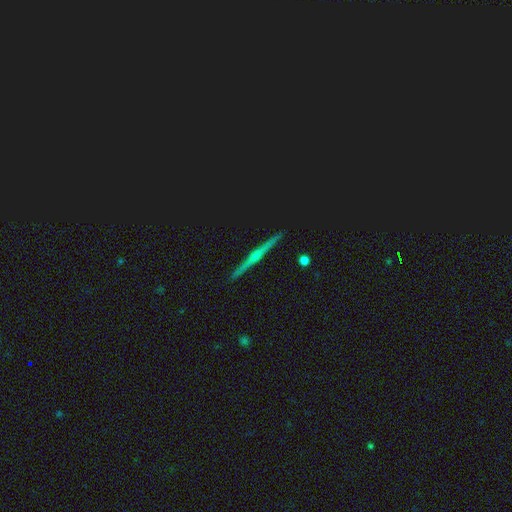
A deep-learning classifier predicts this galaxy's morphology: The model was most divided on "smooth or featured": featured or disk: 59%, star or artifact: 23%, smooth: 18%. More confident: edge-on disk — yes (95%); merging — none (91%); edge-on bulge — rounded (62%).